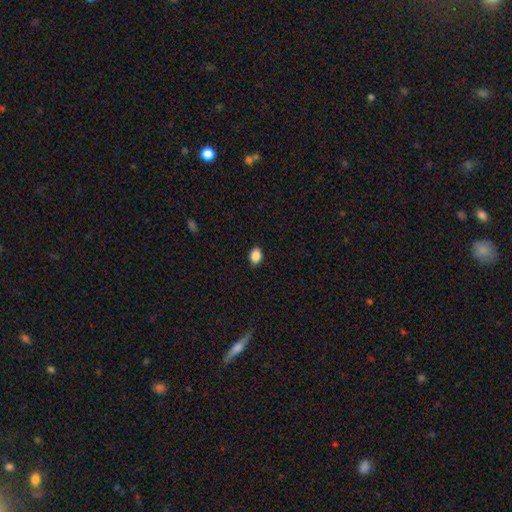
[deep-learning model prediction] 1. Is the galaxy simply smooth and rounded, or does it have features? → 87% smooth, 9% star or artifact, 4% featured or disk.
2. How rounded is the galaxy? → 72% in between, 27% round, 1% cigar-shaped.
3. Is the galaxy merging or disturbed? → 88% none, 9% minor disturbance, 2% major disturbance, 1% merger.